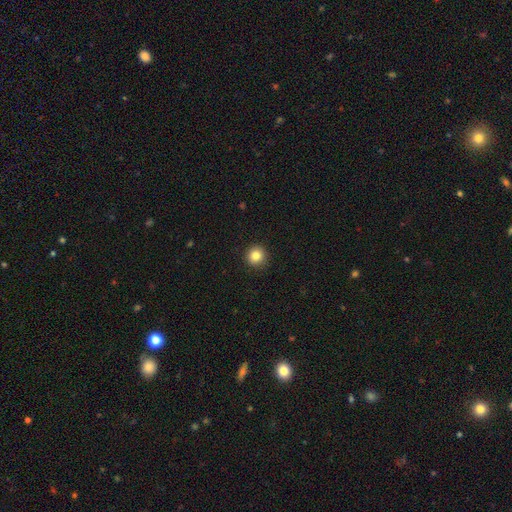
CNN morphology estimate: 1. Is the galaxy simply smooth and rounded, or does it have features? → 83% smooth, 11% star or artifact, 6% featured or disk.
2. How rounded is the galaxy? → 95% round, 5% in between, 1% cigar-shaped.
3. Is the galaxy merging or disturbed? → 92% none, 5% minor disturbance, 2% major disturbance, 1% merger.